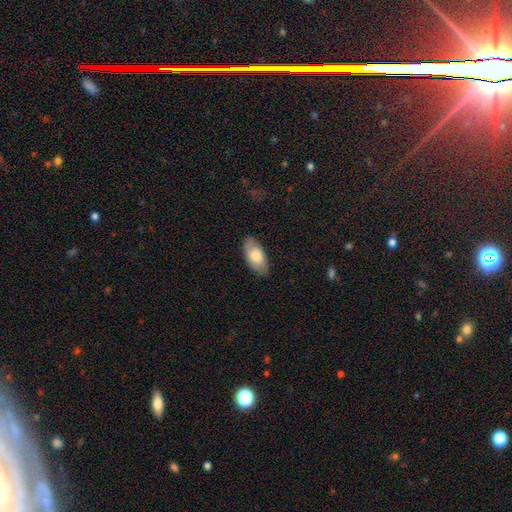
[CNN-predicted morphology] Overall: smooth (78%). How rounded: in between (92%). Merging: none (85%).